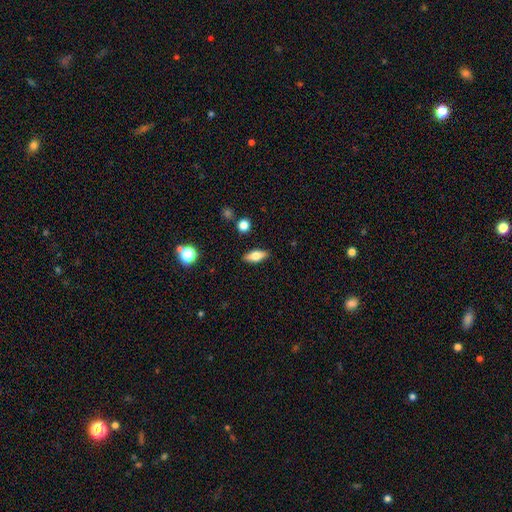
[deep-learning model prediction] smooth-or-featured: smooth: 61% | featured or disk: 31% | star or artifact: 8%
  how-rounded: in between: 71% | cigar-shaped: 25% | round: 4%
  merging: none: 87% | minor disturbance: 9% | major disturbance: 2% | merger: 2%